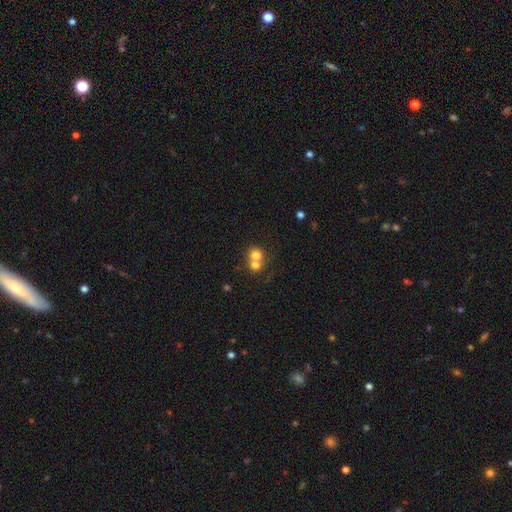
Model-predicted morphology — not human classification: A smooth galaxy with no disk features (73%) that is round (80%). Merging: merger (62%).